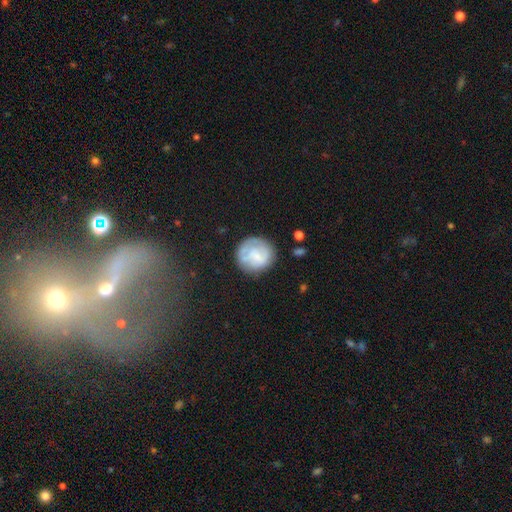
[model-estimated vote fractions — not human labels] Smooth or featured?
  - smooth: 52% *
  - featured or disk: 40%
  - star or artifact: 8%
How rounded?
  - round: 90% *
  - in between: 9%
  - cigar-shaped: 1%
Merging?
  - none: 69% *
  - minor disturbance: 19%
  - major disturbance: 10%
  - merger: 3%